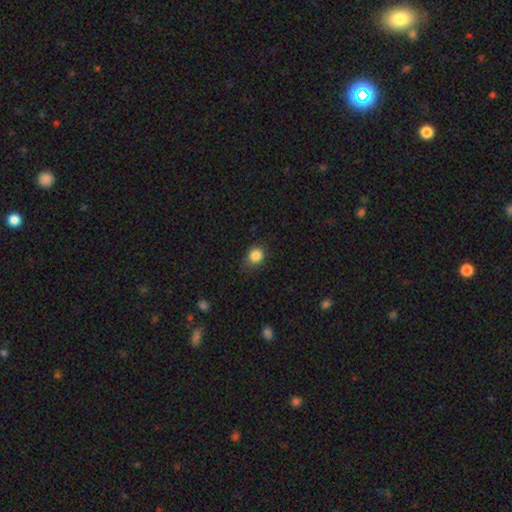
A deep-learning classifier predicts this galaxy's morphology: Smooth or featured: smooth — 85% (star or artifact — 11%)
How rounded: round — 68% (in between — 31%)
Merging: none — 75% (minor disturbance — 20%)